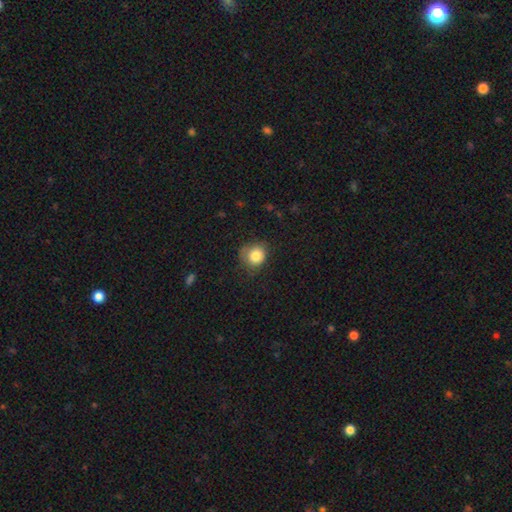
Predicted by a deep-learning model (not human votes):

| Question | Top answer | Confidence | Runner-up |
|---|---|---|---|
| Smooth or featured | smooth | 83% | star or artifact (10%) |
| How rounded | round | 78% | in between (22%) |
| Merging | none | 66% | minor disturbance (25%) |